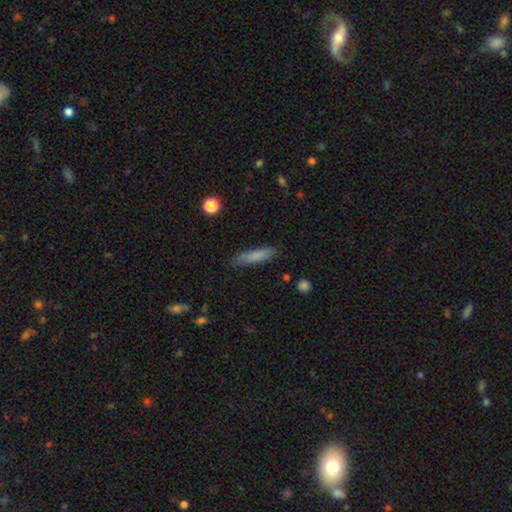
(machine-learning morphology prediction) Q: Smooth or featured?
A: smooth (79%); runner-up: featured or disk (14%)
Q: How rounded?
A: cigar-shaped (83%); runner-up: in between (15%)
Q: Merging?
A: none (84%); runner-up: minor disturbance (12%)